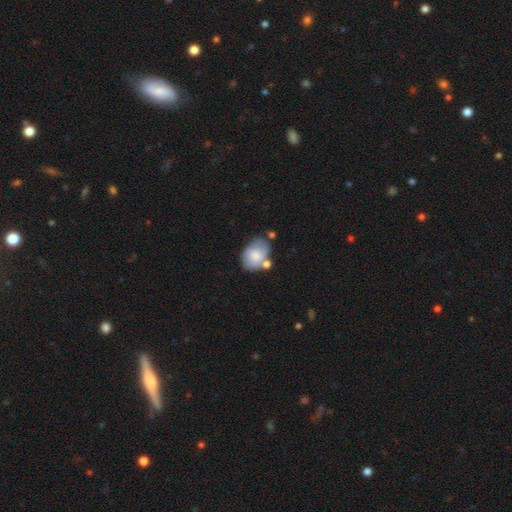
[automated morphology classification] smooth-or-featured: smooth: 68% | featured or disk: 24% | star or artifact: 7%
  how-rounded: in between: 74% | round: 25% | cigar-shaped: 1%
  merging: none: 44% | minor disturbance: 26% | merger: 21% | major disturbance: 9%